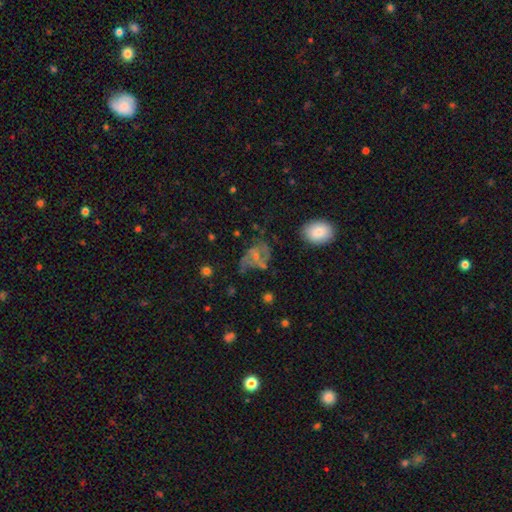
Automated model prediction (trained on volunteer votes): Smooth or featured: featured or disk — 59% (smooth — 24%)
Edge-on disk: no — 97% (yes — 3%)
Bar: no — 54% (weak — 36%)
Spiral arms: yes — 76% (no — 24%)
Bulge size: small — 57% (moderate — 24%)
Merging: none — 47% (major disturbance — 25%)